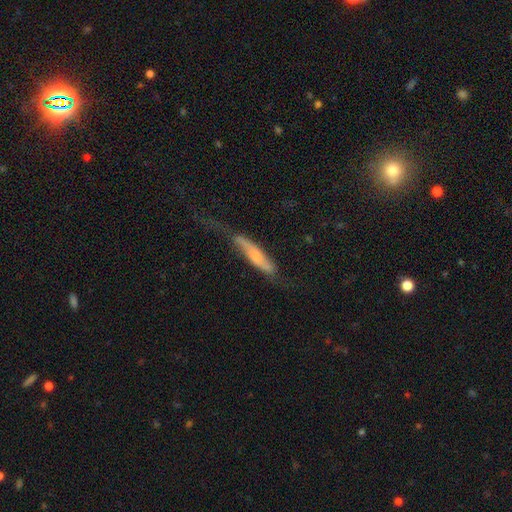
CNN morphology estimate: A featured or disk galaxy (49%).

Vote fractions:
- Smooth or featured? featured or disk: 49% / smooth: 44% / star or artifact: 7%
- Merging? none: 39% / minor disturbance: 31% / major disturbance: 26% / merger: 4%